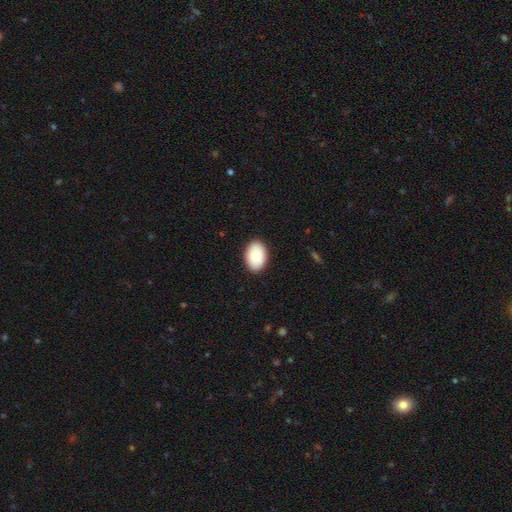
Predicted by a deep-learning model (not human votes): This appears to be a smooth galaxy with no disk features (81%) that is in between round and cigar-shaped (86%). Merging: none (89%).